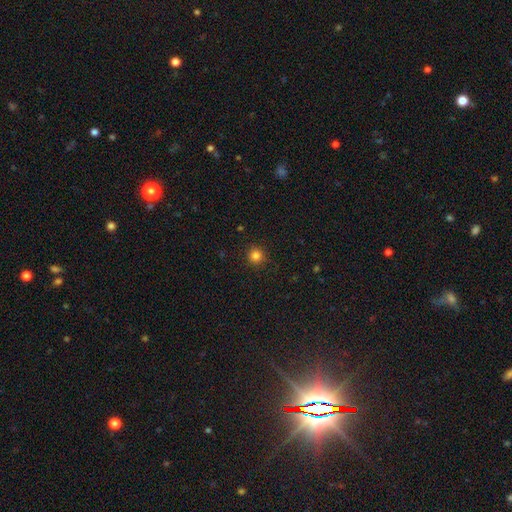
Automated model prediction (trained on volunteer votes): smooth_or_featured: smooth (p=0.83) [alt: star or artifact p=0.13]
how_rounded: round (p=0.94) [alt: in between p=0.05]
merging: none (p=0.90) [alt: minor disturbance p=0.07]